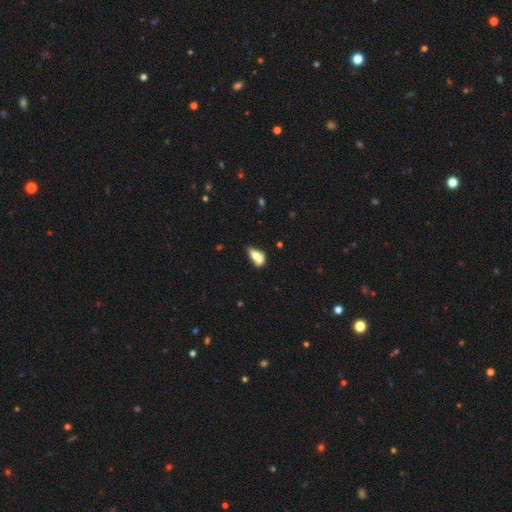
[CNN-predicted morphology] Smooth or featured? smooth (63%)
How rounded? in between (79%)
Merging? merger (58%)